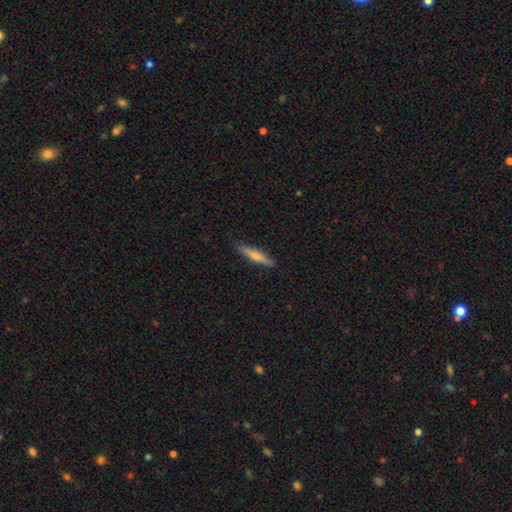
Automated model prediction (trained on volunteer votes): This appears to be a smooth galaxy with no disk features (67%) that is cigar-shaped (88%). Merging: none (86%).